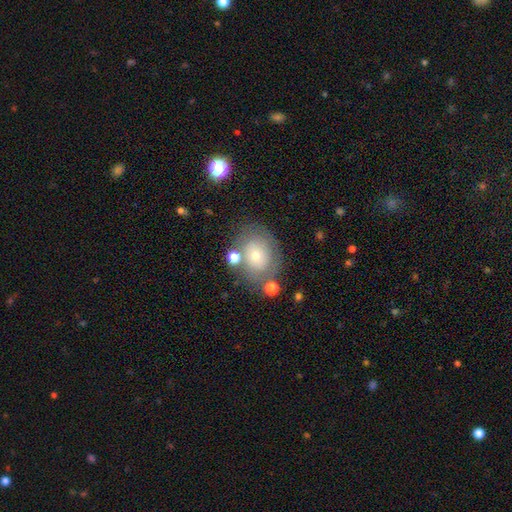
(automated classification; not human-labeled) A smooth galaxy with no disk features (51%) that is round (50%).

Vote fractions:
- Smooth or featured? smooth: 51% / featured or disk: 39% / star or artifact: 11%
- How rounded? round: 50% / in between: 49% / cigar-shaped: 1%
- Merging? none: 69% / minor disturbance: 16% / major disturbance: 8% / merger: 6%